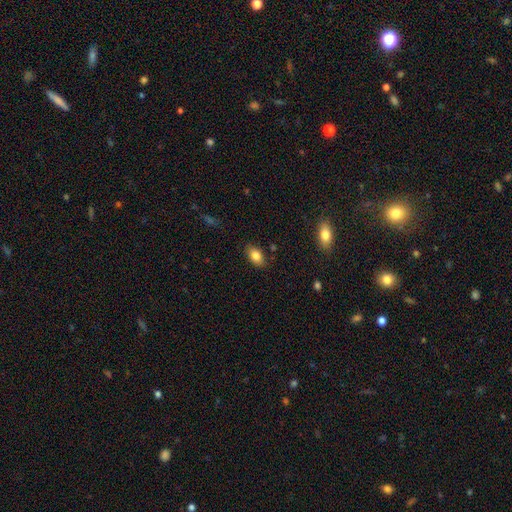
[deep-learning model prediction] smooth_or_featured: smooth (p=0.84) [alt: star or artifact p=0.08]
how_rounded: in between (p=0.88) [alt: round p=0.10]
merging: none (p=0.84) [alt: minor disturbance p=0.12]